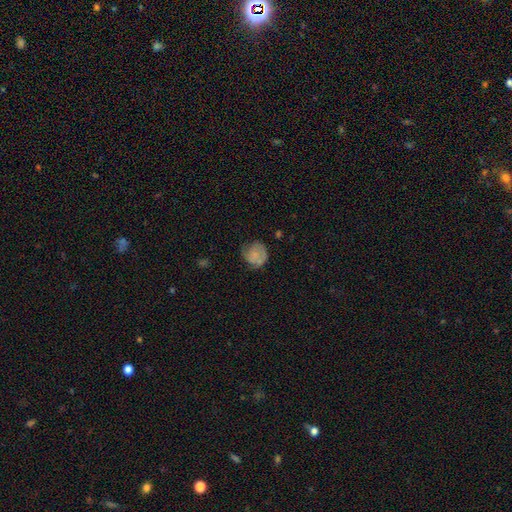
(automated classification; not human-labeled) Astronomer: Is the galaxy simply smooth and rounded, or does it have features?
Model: smooth — 59%.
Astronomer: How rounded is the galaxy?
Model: round — 80%.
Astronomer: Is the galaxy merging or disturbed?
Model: none — 55% (runner-up: minor disturbance, 30%).